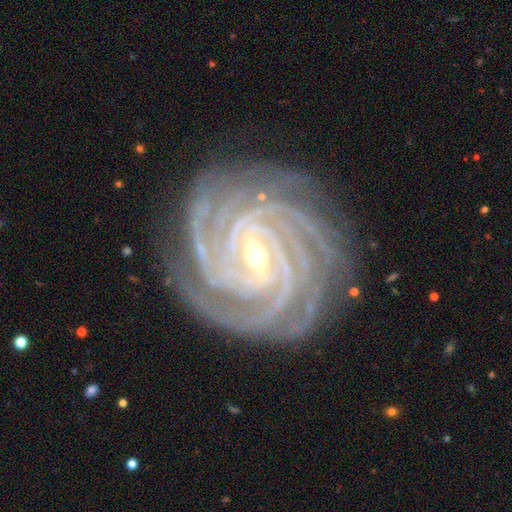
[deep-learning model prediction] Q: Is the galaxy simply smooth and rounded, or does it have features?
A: featured or disk — 93%.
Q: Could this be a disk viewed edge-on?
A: no — 98%.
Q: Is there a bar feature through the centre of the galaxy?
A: strong — 50%.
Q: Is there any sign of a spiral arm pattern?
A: yes — 99%.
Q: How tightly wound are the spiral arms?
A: tight — 87%.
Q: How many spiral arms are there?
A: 4 — 37%.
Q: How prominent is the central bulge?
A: small — 51%.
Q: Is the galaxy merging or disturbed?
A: none — 84%.